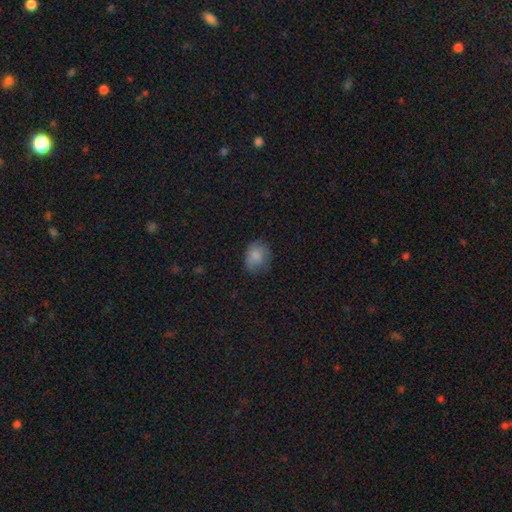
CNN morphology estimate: This is clearly a smooth galaxy (83%). How rounded: possibly round (57%). Merging: likely none (70%).